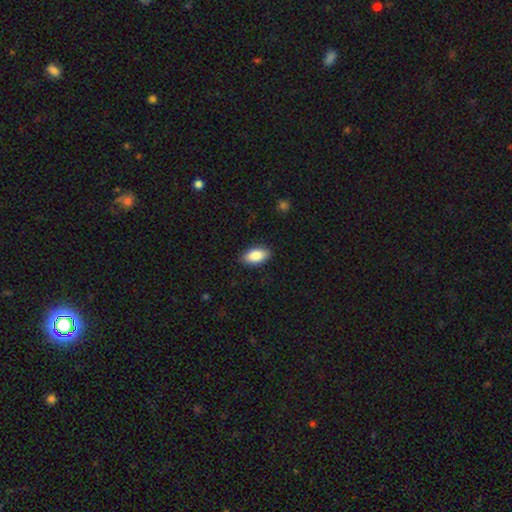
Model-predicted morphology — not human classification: smooth 86%, featured or disk 7%, star or artifact 7%. Down the decision tree: how rounded — in between (93%); merging — none (88%).